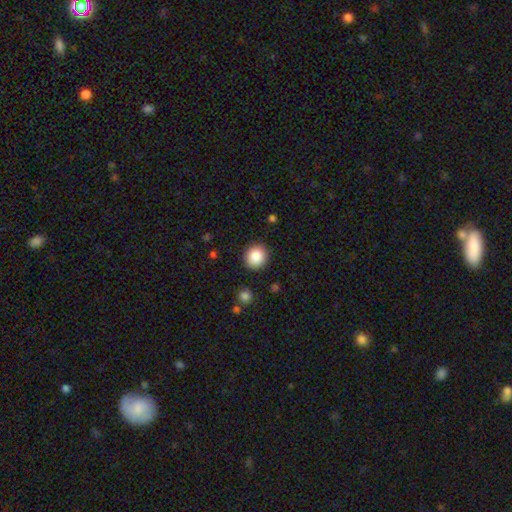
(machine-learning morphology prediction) A smooth galaxy with no disk features (87%) that is round (85%). Merging: none (89%).